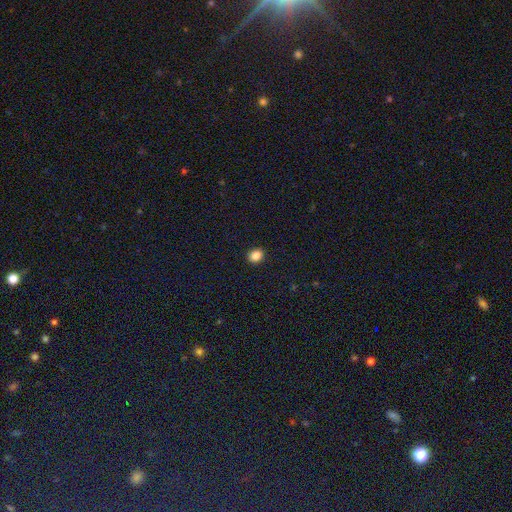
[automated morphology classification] Smooth or featured?
  - smooth: 86% *
  - star or artifact: 10%
  - featured or disk: 4%
How rounded?
  - round: 54% *
  - in between: 45%
  - cigar-shaped: 1%
Merging?
  - none: 91% *
  - minor disturbance: 6%
  - major disturbance: 2%
  - merger: 1%